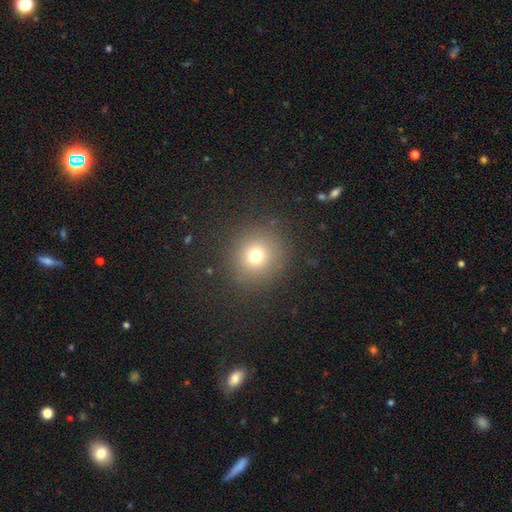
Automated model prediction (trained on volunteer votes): Smooth or featured?
  - smooth: 73% *
  - star or artifact: 18%
  - featured or disk: 9%
How rounded?
  - round: 91% *
  - in between: 9%
  - cigar-shaped: 1%
Merging?
  - none: 88% *
  - minor disturbance: 7%
  - major disturbance: 4%
  - merger: 1%